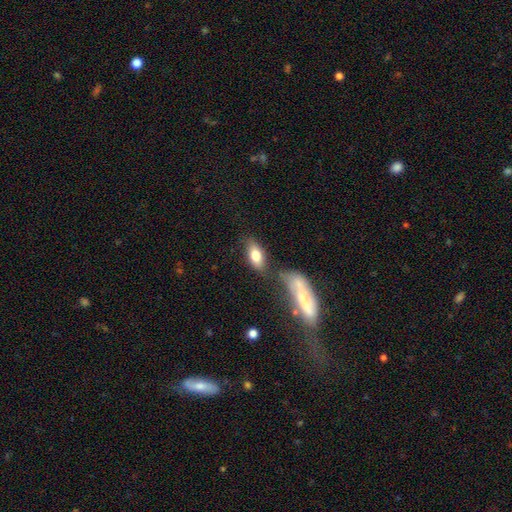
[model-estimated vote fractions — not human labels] smooth 76%, featured or disk 16%, star or artifact 7%. Down the decision tree: how rounded — in between (85%); merging — none (64%).